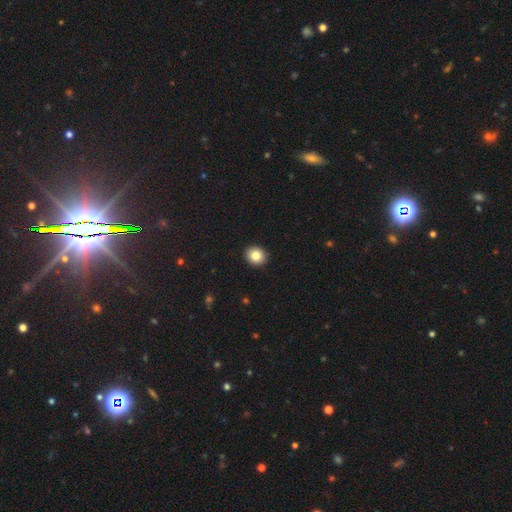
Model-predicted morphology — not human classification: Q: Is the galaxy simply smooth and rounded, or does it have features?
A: smooth — 84%.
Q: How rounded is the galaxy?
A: round — 77%.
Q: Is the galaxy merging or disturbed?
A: none — 92%.